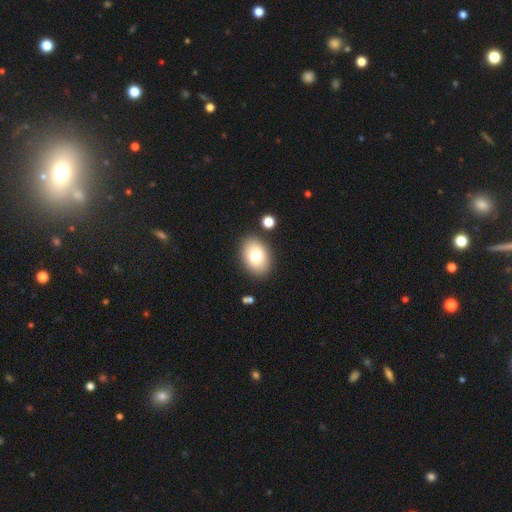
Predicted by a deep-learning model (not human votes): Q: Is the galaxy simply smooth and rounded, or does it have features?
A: smooth — 78%.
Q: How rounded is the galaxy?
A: in between — 81%.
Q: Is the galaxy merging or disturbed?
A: none — 86%.